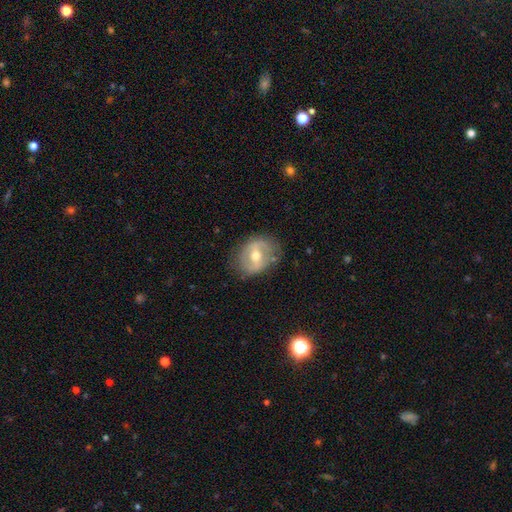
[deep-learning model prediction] This appears to be a featured or disk galaxy (66%) with a weak bar (46%), spiral arms (59%) and a moderate central bulge (74%). Merging: none (74%).